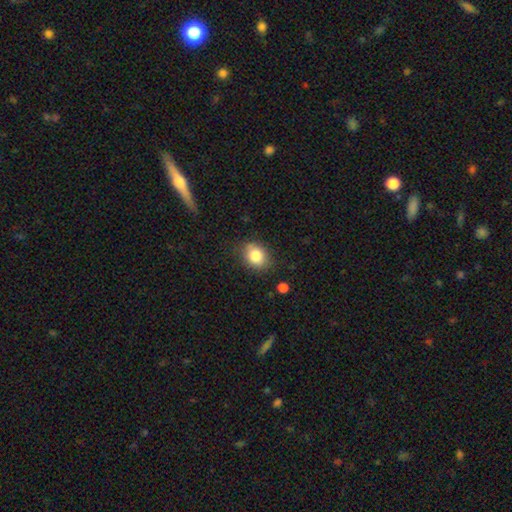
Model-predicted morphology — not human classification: A smooth galaxy with no disk features (82%) that is in between round and cigar-shaped (51%).

Vote fractions:
- Smooth or featured? smooth: 82% / star or artifact: 10% / featured or disk: 9%
- How rounded? in between: 51% / round: 48% / cigar-shaped: 1%
- Merging? none: 77% / minor disturbance: 17% / major disturbance: 4% / merger: 2%